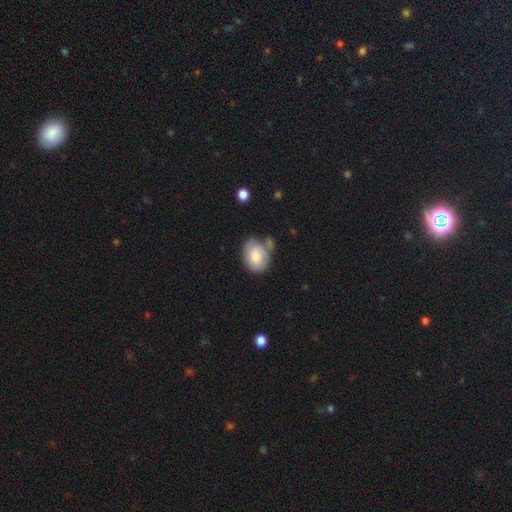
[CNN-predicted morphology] This appears to be a smooth galaxy with no disk features (80%) that is in between round and cigar-shaped (69%). Merging: none (53%).